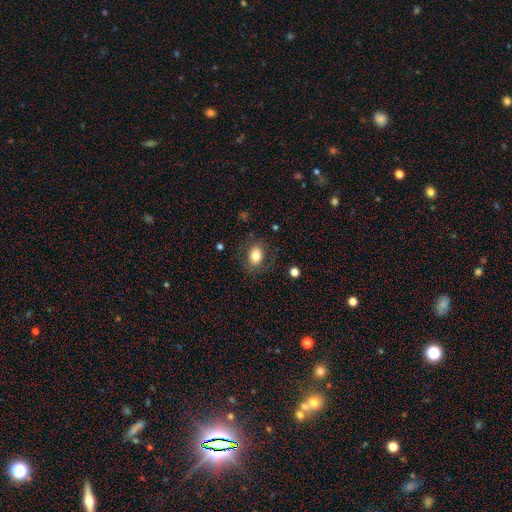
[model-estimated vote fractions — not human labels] This is likely a smooth galaxy (80%). How rounded: likely in between (63%). Merging: likely none (78%).